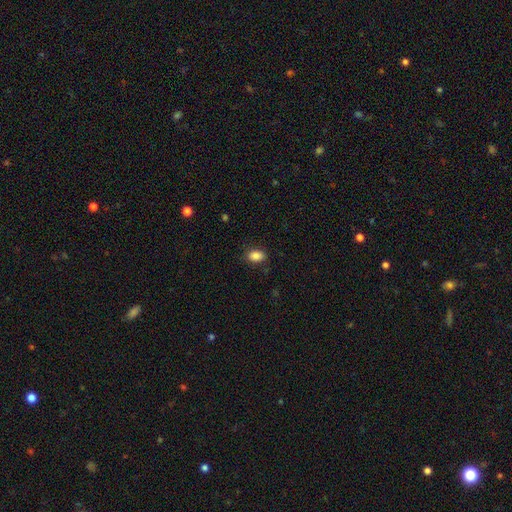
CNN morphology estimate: A smooth galaxy with no disk features (87%) that is in between round and cigar-shaped (80%). Merging: none (84%).